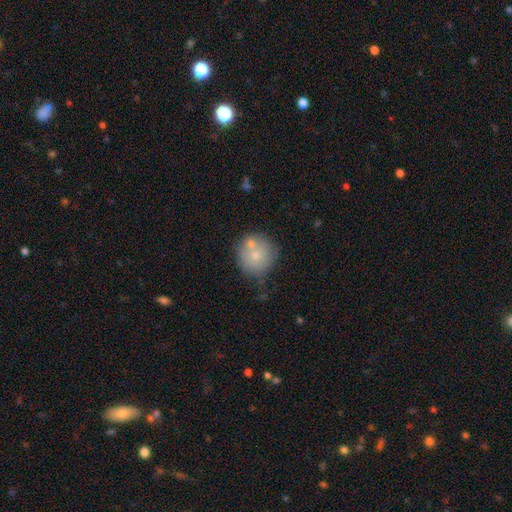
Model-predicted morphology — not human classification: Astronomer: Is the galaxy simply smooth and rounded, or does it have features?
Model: smooth — 71%.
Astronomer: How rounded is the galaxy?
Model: round — 92%.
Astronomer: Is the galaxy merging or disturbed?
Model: none — 61%.